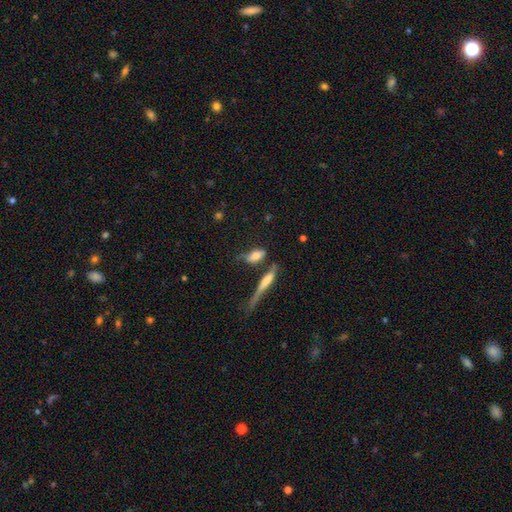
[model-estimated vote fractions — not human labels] Morphology: type=smooth (64%); roundness=in between (65%); merging=none (41%).